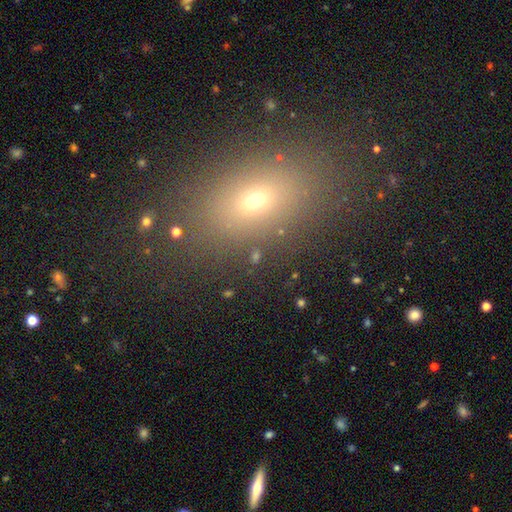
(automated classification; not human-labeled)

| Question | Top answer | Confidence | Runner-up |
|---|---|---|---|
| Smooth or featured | smooth | 62% | star or artifact (23%) |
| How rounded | in between | 77% | round (17%) |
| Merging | none | 83% | minor disturbance (9%) |